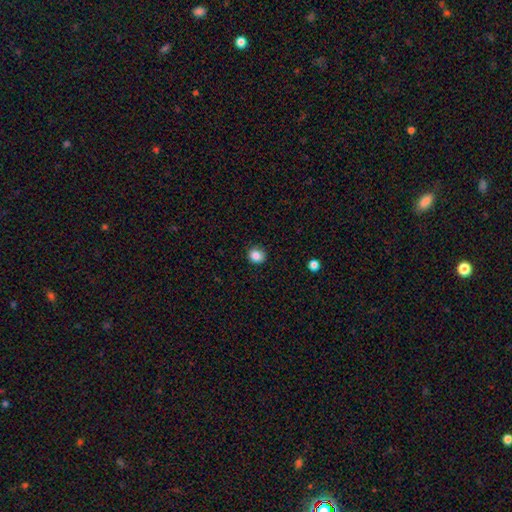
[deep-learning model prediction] smooth 85%, star or artifact 10%, featured or disk 5%. Down the decision tree: how rounded — round (83%); merging — none (86%).